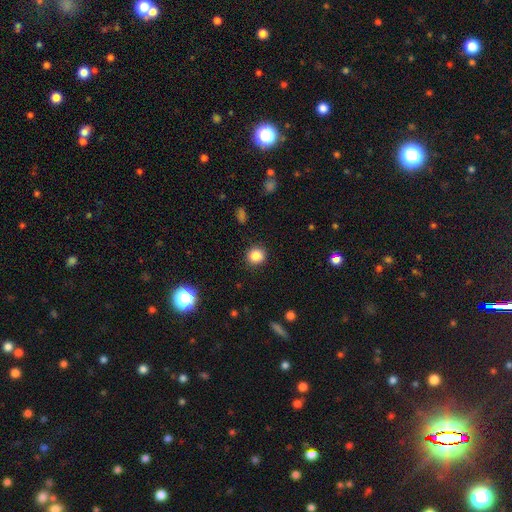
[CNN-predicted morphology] Overall: smooth (84%). How rounded: round (90%). Merging: none (91%).